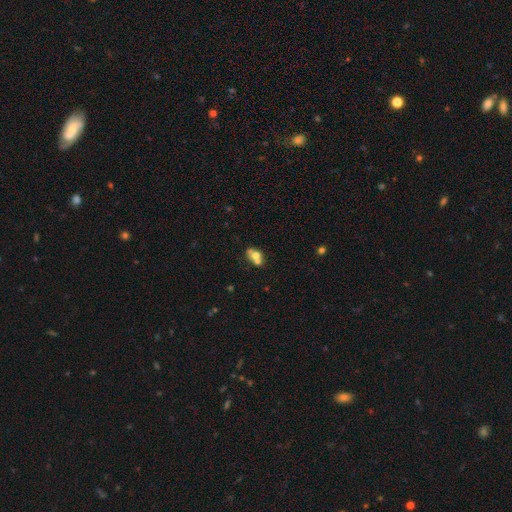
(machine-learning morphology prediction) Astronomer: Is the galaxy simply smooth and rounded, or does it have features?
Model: smooth — 61%.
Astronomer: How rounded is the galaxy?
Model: in between — 51% (runner-up: round, 47%).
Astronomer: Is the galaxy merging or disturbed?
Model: merger — 51% (runner-up: none, 34%).